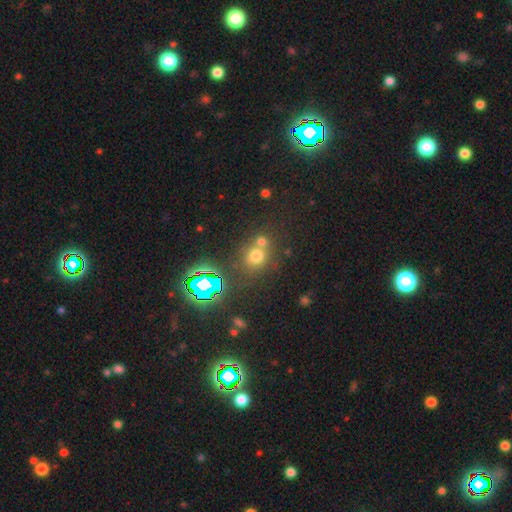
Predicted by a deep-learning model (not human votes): A smooth galaxy with no disk features (63%) that is round (78%).

Vote fractions:
- Smooth or featured? smooth: 63% / star or artifact: 27% / featured or disk: 10%
- How rounded? round: 78% / in between: 20% / cigar-shaped: 1%
- Merging? none: 51% / merger: 36% / minor disturbance: 9% / major disturbance: 4%